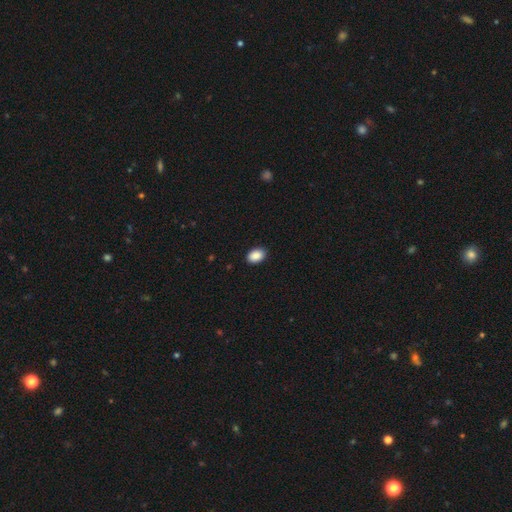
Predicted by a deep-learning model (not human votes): Smooth or featured? smooth (90%)
How rounded? in between (84%)
Merging? none (90%)